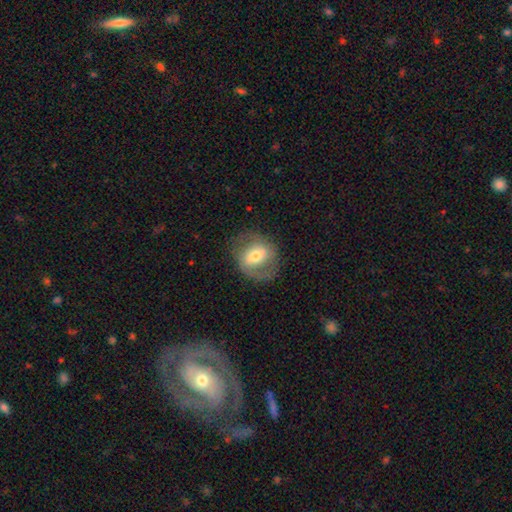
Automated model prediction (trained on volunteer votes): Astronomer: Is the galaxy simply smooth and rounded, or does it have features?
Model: featured or disk — 54% (runner-up: smooth, 39%).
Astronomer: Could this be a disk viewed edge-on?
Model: no — 95%.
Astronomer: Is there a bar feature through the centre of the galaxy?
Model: weak — 39% (runner-up: no, 33%).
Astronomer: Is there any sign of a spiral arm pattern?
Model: yes — 58% (runner-up: no, 42%).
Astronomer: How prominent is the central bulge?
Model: moderate — 62%.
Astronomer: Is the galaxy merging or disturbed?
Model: none — 71%.